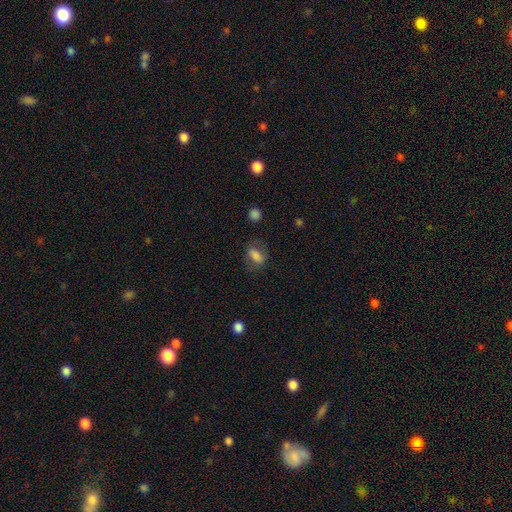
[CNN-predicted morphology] Smooth or featured: smooth — 76% (featured or disk — 14%)
How rounded: in between — 81% (round — 14%)
Merging: none — 67% (minor disturbance — 20%)